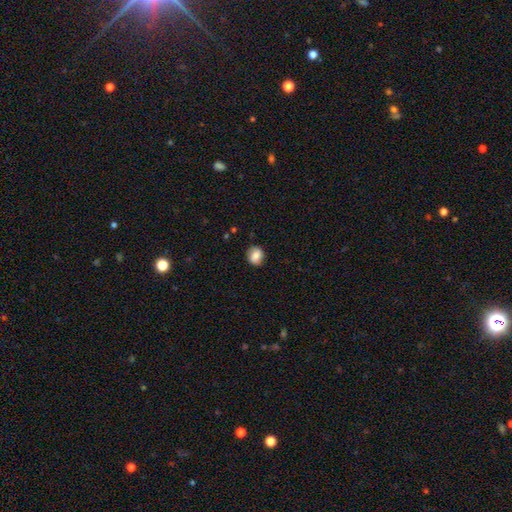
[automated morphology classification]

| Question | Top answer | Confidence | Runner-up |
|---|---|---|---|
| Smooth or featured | smooth | 77% | featured or disk (15%) |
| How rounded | round | 72% | in between (27%) |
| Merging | none | 83% | minor disturbance (13%) |